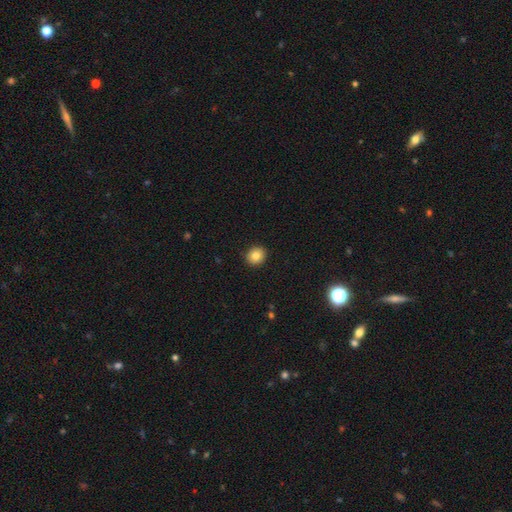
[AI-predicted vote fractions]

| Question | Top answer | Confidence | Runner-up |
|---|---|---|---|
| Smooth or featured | smooth | 83% | star or artifact (10%) |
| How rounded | round | 78% | in between (21%) |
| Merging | none | 92% | minor disturbance (6%) |